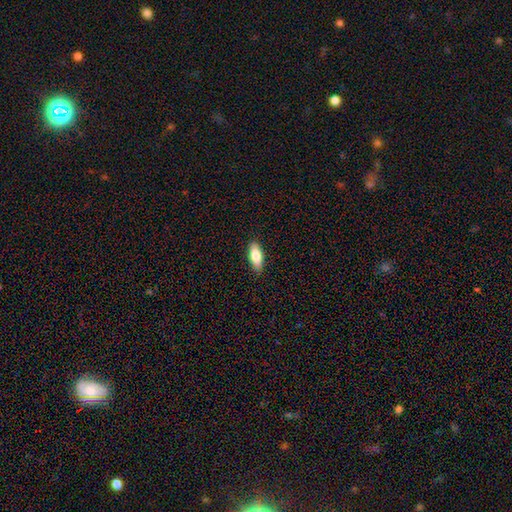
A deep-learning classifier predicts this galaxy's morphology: Q: Smooth or featured?
A: smooth (78%); runner-up: featured or disk (15%)
Q: How rounded?
A: in between (71%); runner-up: cigar-shaped (27%)
Q: Merging?
A: none (88%); runner-up: minor disturbance (9%)